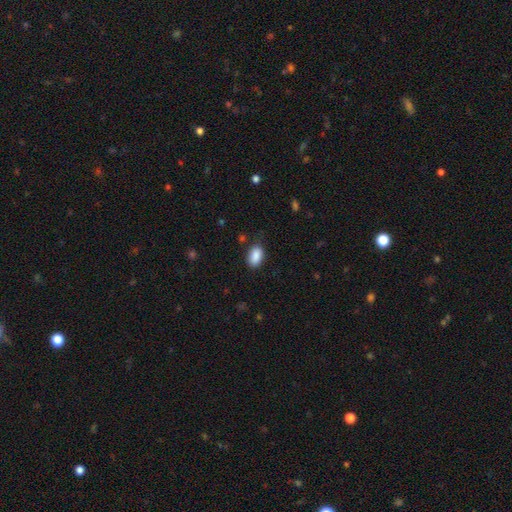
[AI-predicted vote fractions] A smooth galaxy with no disk features (89%) that is in between round and cigar-shaped (91%). Merging: none (80%).